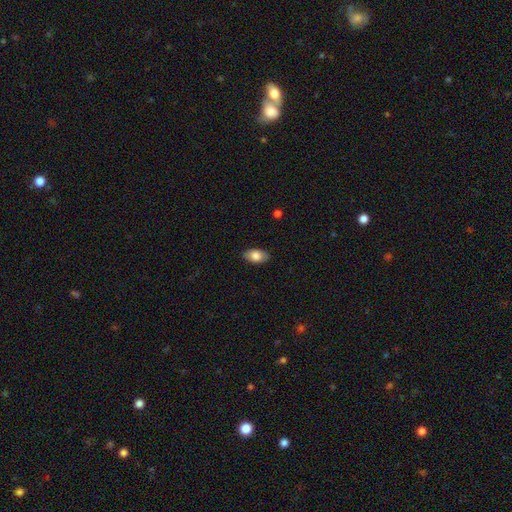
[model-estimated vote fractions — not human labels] Morphology: type=smooth (82%); roundness=in between (93%); merging=none (87%).